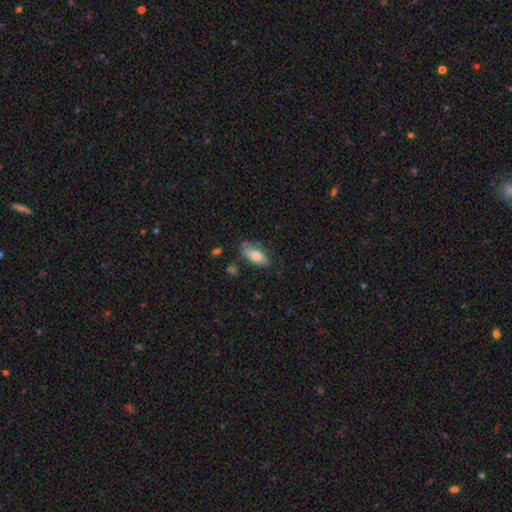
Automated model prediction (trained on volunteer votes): Q: Smooth or featured?
A: smooth (76%); runner-up: featured or disk (18%)
Q: How rounded?
A: in between (88%); runner-up: cigar-shaped (9%)
Q: Merging?
A: none (62%); runner-up: minor disturbance (26%)